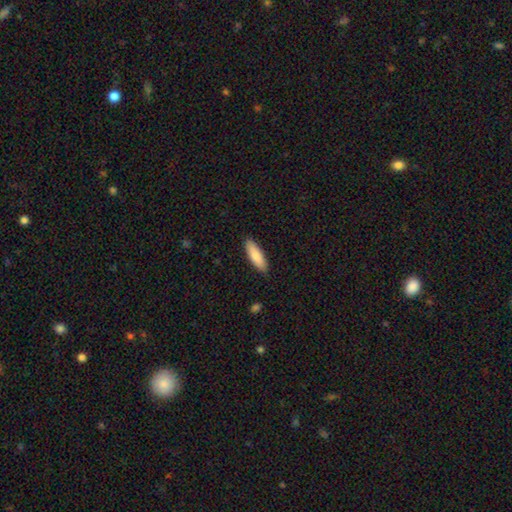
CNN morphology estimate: The model was most divided on "how rounded": cigar-shaped: 53%, in between: 46%, round: 1%. More confident: merging — none (88%); smooth or featured — smooth (84%).